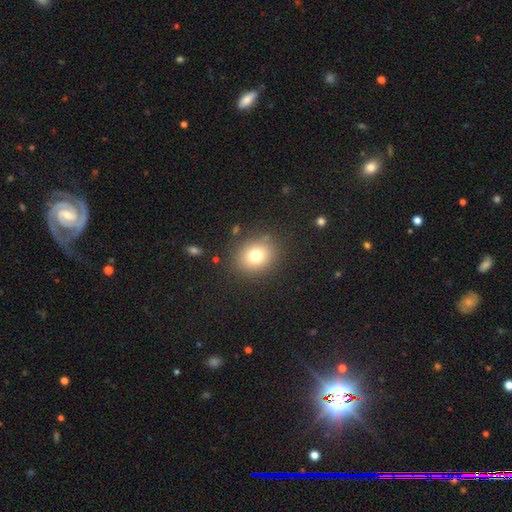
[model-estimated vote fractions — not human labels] Smooth or featured?
  - smooth: 76% *
  - star or artifact: 13%
  - featured or disk: 11%
How rounded?
  - round: 68% *
  - in between: 31%
  - cigar-shaped: 1%
Merging?
  - none: 85% *
  - minor disturbance: 9%
  - major disturbance: 4%
  - merger: 2%